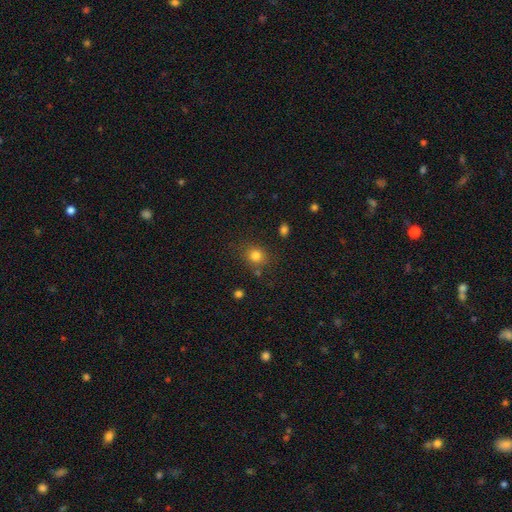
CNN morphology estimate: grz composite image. It shows a smooth galaxy with no disk features (81%) that is round (77%). Merging: none (77%).